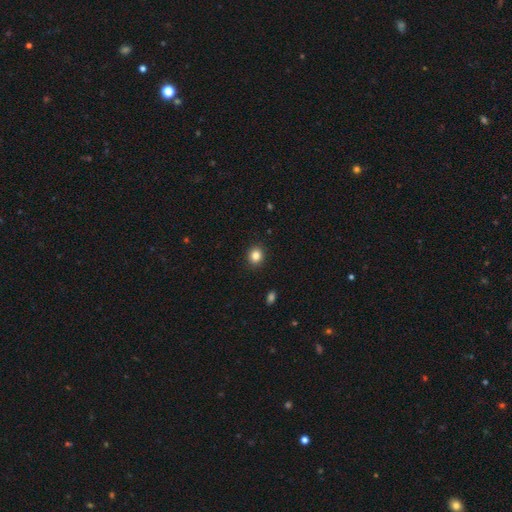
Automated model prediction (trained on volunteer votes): smooth-or-featured: smooth: 84% | star or artifact: 11% | featured or disk: 6%
  how-rounded: round: 76% | in between: 23% | cigar-shaped: 1%
  merging: none: 91% | minor disturbance: 6% | major disturbance: 2% | merger: 1%